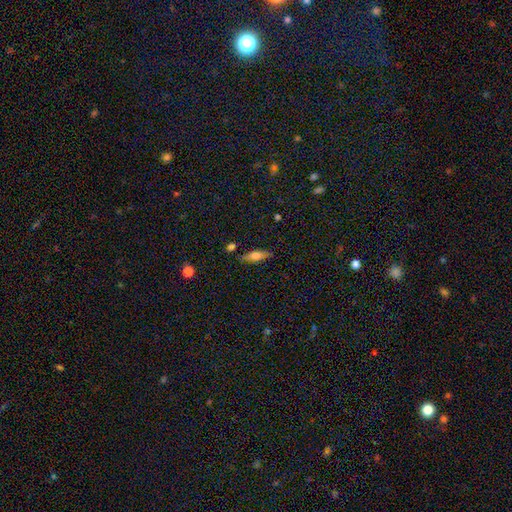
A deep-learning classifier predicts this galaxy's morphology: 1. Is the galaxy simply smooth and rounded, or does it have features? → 61% smooth, 31% featured or disk, 8% star or artifact.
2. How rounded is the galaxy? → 51% in between, 46% cigar-shaped, 3% round.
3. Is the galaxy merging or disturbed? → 80% none, 14% minor disturbance, 4% merger, 3% major disturbance.